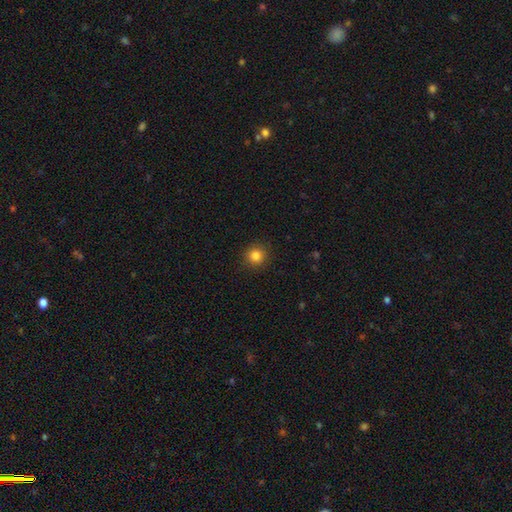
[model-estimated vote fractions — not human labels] Morphology: type=smooth (84%); roundness=round (93%); merging=none (91%).